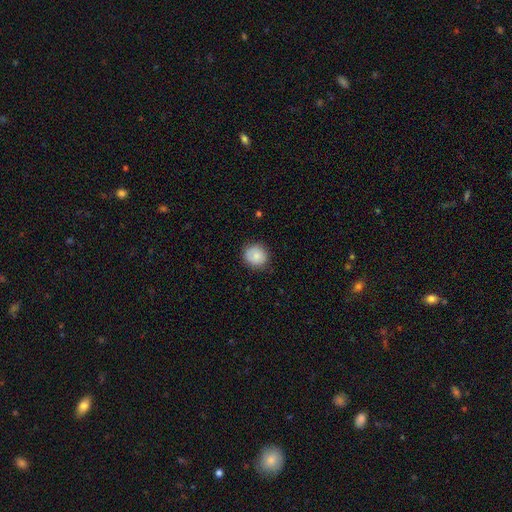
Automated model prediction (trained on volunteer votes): smooth-or-featured: smooth: 83% | featured or disk: 9% | star or artifact: 8%
  how-rounded: round: 85% | in between: 15% | cigar-shaped: 1%
  merging: none: 83% | minor disturbance: 14% | major disturbance: 3% | merger: 1%